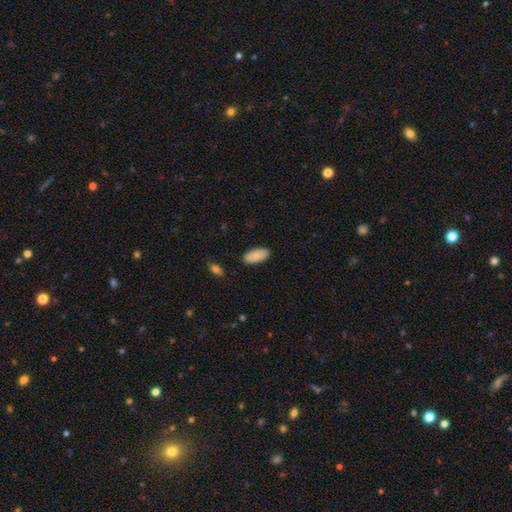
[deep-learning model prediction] smooth_or_featured: smooth (p=0.86) [alt: featured or disk p=0.07]
how_rounded: in between (p=0.90) [alt: cigar-shaped p=0.08]
merging: none (p=0.86) [alt: minor disturbance p=0.10]